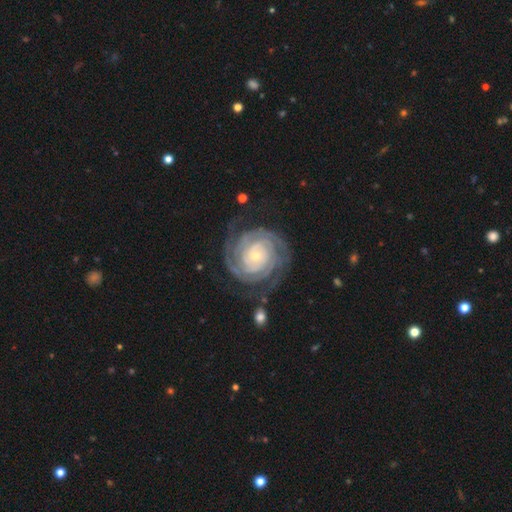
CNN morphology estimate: Q: Smooth or featured?
A: featured or disk (91%); runner-up: star or artifact (5%)
Q: Edge-on disk?
A: no (98%); runner-up: yes (2%)
Q: Bar?
A: no (75%); runner-up: weak (16%)
Q: Spiral arms?
A: yes (98%); runner-up: no (2%)
Q: Spiral winding?
A: tight (85%); runner-up: medium (13%)
Q: Spiral arm count?
A: 2 (36%); runner-up: 3 (20%)
Q: Bulge size?
A: small (75%); runner-up: moderate (21%)
Q: Merging?
A: none (75%); runner-up: minor disturbance (15%)